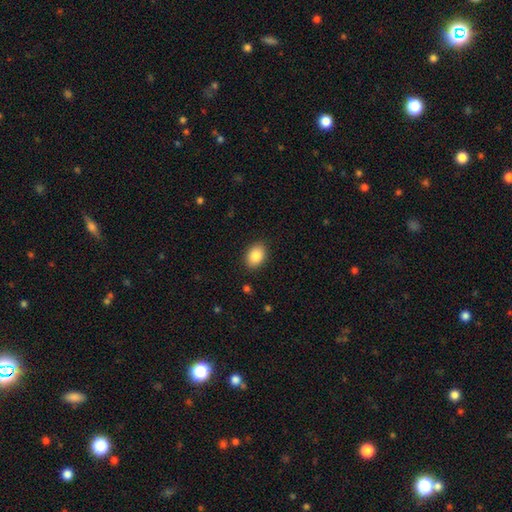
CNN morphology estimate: Smooth or featured?
  - smooth: 88% *
  - star or artifact: 7%
  - featured or disk: 5%
How rounded?
  - in between: 80% *
  - round: 19%
  - cigar-shaped: 1%
Merging?
  - none: 88% *
  - minor disturbance: 9%
  - major disturbance: 2%
  - merger: 1%